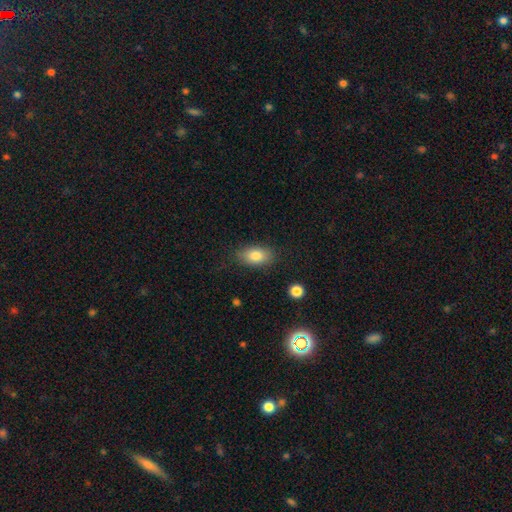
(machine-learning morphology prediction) smooth-or-featured: smooth: 82% | featured or disk: 10% | star or artifact: 8%
  how-rounded: in between: 89% | round: 7% | cigar-shaped: 3%
  merging: none: 83% | minor disturbance: 13% | major disturbance: 3% | merger: 1%